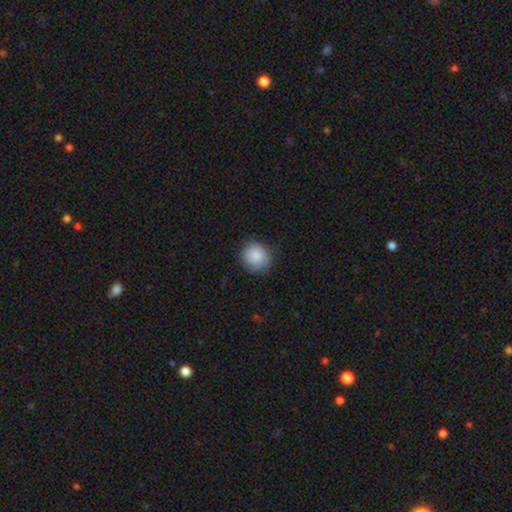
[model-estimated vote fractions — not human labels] A smooth galaxy with no disk features (86%) that is round (82%). Merging: none (77%).